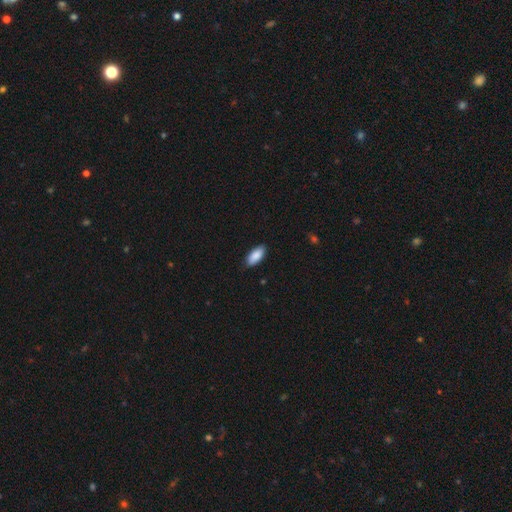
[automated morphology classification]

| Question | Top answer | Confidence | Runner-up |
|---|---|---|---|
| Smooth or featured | smooth | 89% | star or artifact (6%) |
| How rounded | in between | 87% | cigar-shaped (11%) |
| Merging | none | 87% | minor disturbance (10%) |